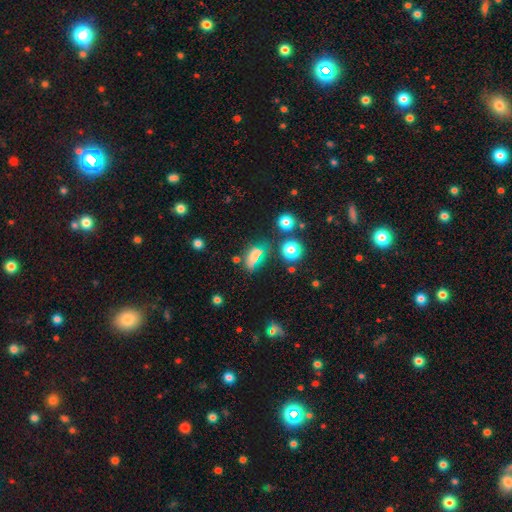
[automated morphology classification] The model was most divided on "merging": none: 52%, minor disturbance: 22%, major disturbance: 13%, merger: 13%. More confident: how rounded — in between (75%); smooth or featured — smooth (60%).